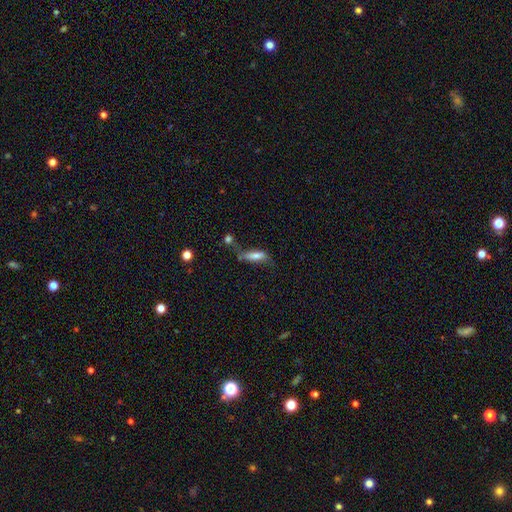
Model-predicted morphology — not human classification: smooth-or-featured: smooth: 63% | featured or disk: 28% | star or artifact: 9%
  how-rounded: cigar-shaped: 55% | in between: 43% | round: 3%
  merging: none: 41% | minor disturbance: 23% | merger: 19% | major disturbance: 18%